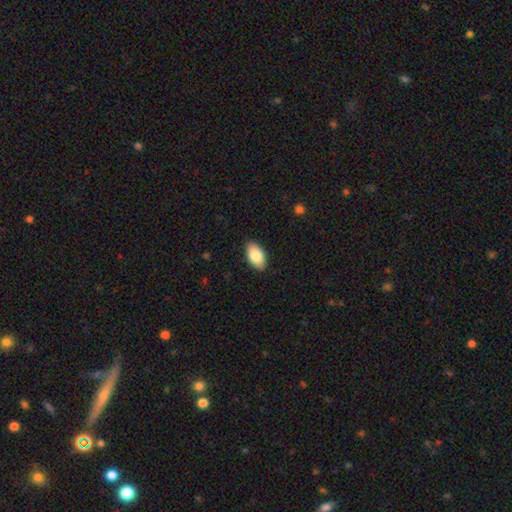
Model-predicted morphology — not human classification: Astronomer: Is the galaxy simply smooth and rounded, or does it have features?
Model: smooth — 83%.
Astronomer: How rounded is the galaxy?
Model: in between — 94%.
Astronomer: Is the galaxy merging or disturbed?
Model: none — 88%.